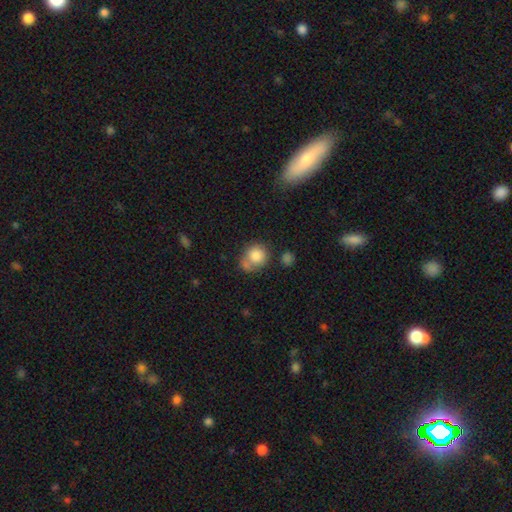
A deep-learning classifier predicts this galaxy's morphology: smooth-or-featured: smooth: 81% | featured or disk: 11% | star or artifact: 9%
  how-rounded: round: 80% | in between: 19% | cigar-shaped: 1%
  merging: none: 49% | merger: 21% | minor disturbance: 20% | major disturbance: 10%